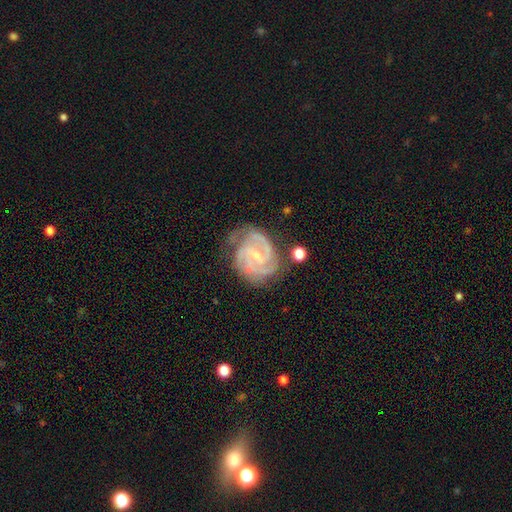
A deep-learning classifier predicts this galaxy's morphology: Smooth or featured? featured or disk (90%)
Edge-on disk? no (98%)
Bar? weak (53%)
Spiral arms? yes (98%)
Spiral winding? tight (56%)
Spiral arm count? 3 (38%)
Bulge size? small (71%)
Merging? none (66%)